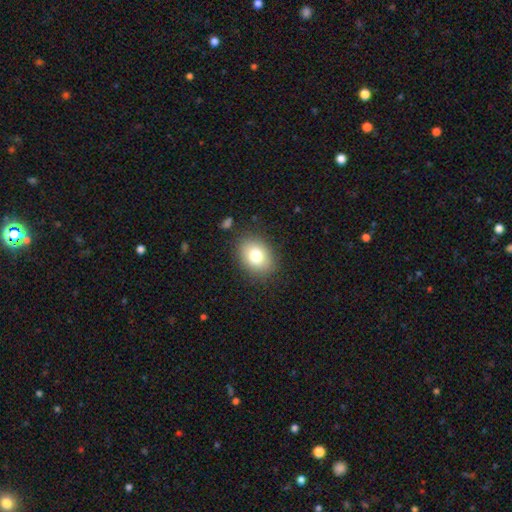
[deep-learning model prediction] Morphology: type=smooth (79%); roundness=in between (60%); merging=none (85%).